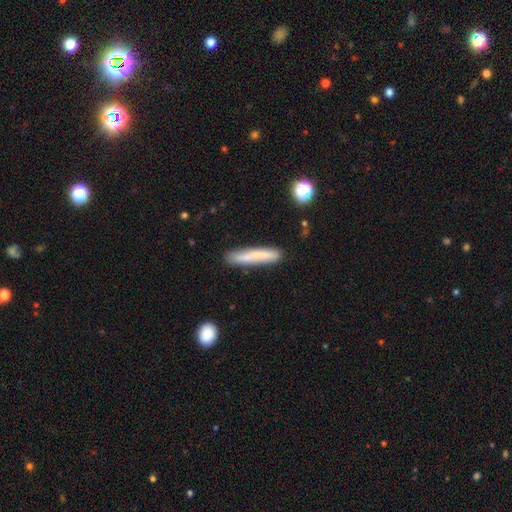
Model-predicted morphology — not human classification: Smooth or featured? Predicted: smooth (p=0.68). How rounded? Predicted: cigar-shaped (p=0.92). Merging? Predicted: none (p=0.82).